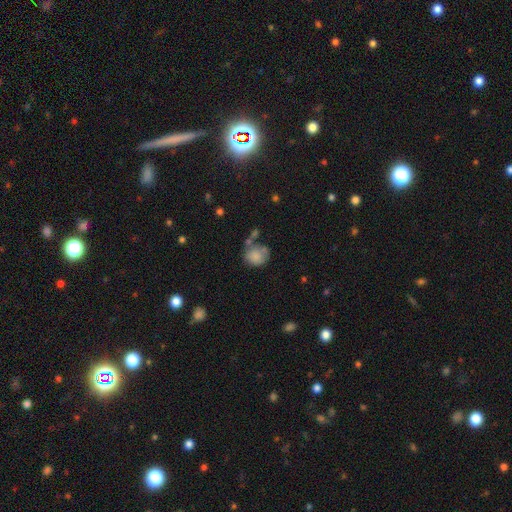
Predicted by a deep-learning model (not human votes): The model was most divided on "merging": none: 46%, minor disturbance: 24%, merger: 18%, major disturbance: 12%. More confident: smooth or featured — smooth (80%); how rounded — round (68%).